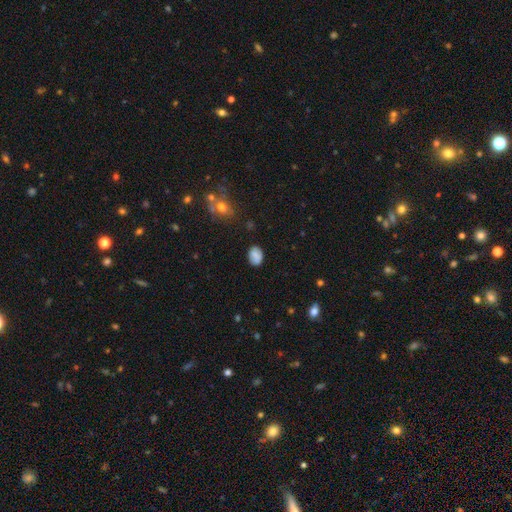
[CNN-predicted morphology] smooth 80%, featured or disk 10%, star or artifact 9%. Down the decision tree: how rounded — in between (73%); merging — none (78%).